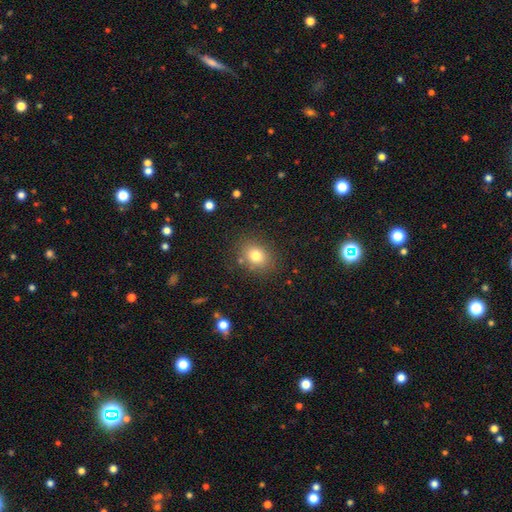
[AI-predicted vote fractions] This appears to be a smooth galaxy with no disk features (79%) that is round (51%). Merging: none (83%).